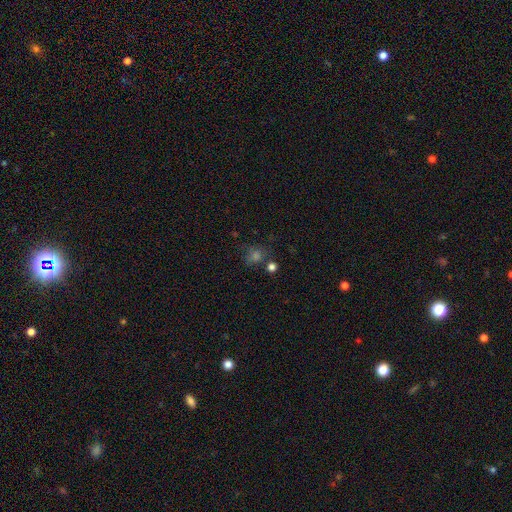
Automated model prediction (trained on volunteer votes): Smooth or featured? smooth (58%)
How rounded? round (74%)
Merging? none (65%)